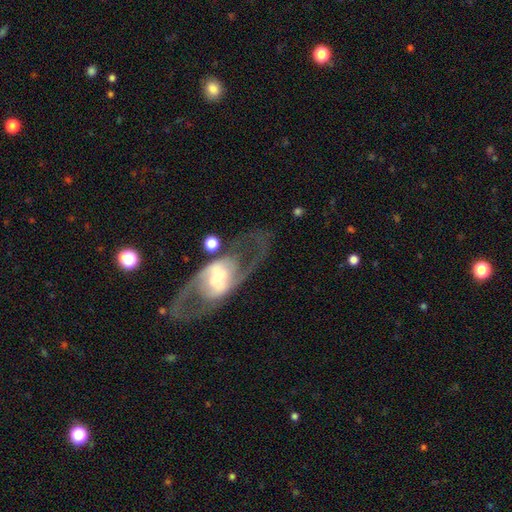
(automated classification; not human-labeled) Morphology: type=featured or disk (83%); edge-on=no (88%); bar=no (40%); spiral arms=yes (83%); winding=medium (50%); arm count=2 (85%); bulge=moderate (46%); merging=none (74%).